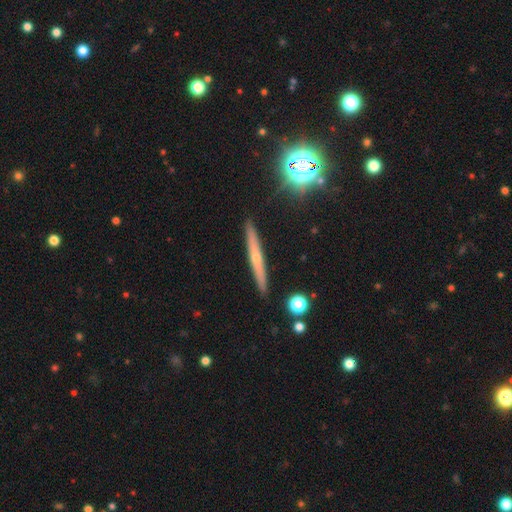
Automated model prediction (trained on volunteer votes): Smooth or featured?
  - featured or disk: 61% *
  - smooth: 30%
  - star or artifact: 10%
Edge-on disk?
  - yes: 96% *
  - no: 4%
Edge-on bulge?
  - rounded: 67% *
  - none: 30%
  - boxy: 3%
Merging?
  - none: 91% *
  - minor disturbance: 6%
  - major disturbance: 1%
  - merger: 1%